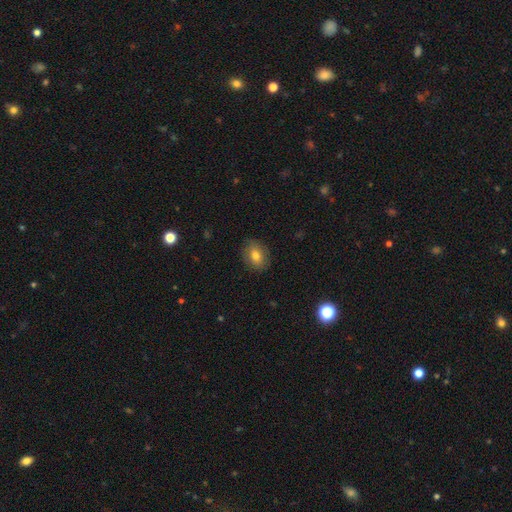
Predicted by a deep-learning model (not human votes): This is likely a smooth galaxy (76%). How rounded: likely in between (63%). Merging: clearly none (85%).